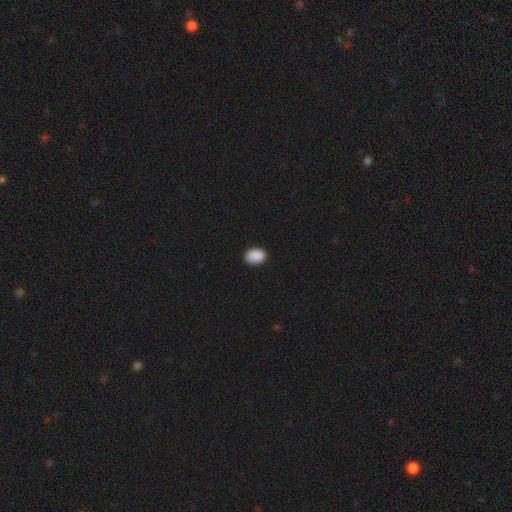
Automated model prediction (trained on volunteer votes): Smooth or featured: smooth — 90% (star or artifact — 8%)
How rounded: in between — 75% (round — 24%)
Merging: none — 89% (minor disturbance — 9%)